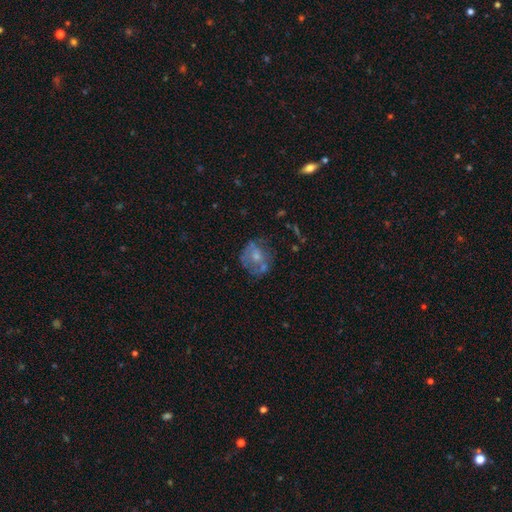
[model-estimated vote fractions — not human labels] A smooth galaxy with no disk features (46%).

Vote fractions:
- Smooth or featured? smooth: 46% / featured or disk: 44% / star or artifact: 10%
- Merging? none: 44% / minor disturbance: 23% / major disturbance: 18% / merger: 15%